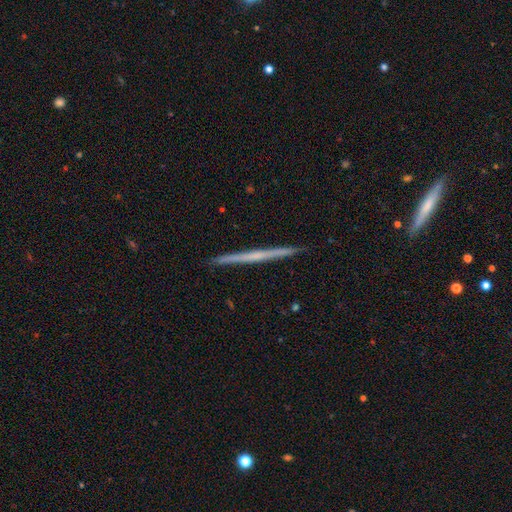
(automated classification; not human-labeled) This appears to be a featured or disk galaxy (64%) viewed edge-on (98%) with no central bulge (80%). Merging: none (93%).